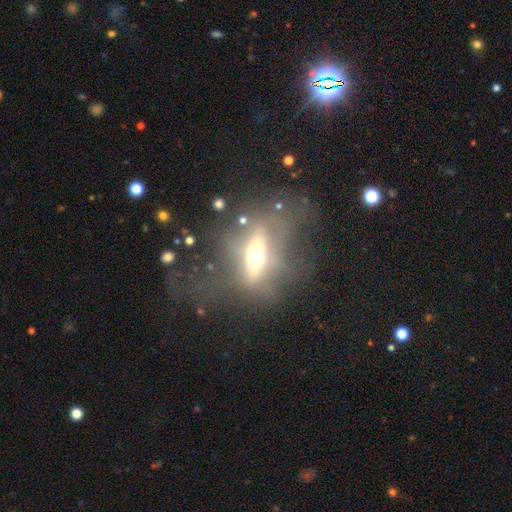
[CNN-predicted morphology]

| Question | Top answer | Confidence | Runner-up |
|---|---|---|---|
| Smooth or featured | featured or disk | 60% | smooth (29%) |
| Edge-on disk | yes | 59% | no (41%) |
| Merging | none | 48% | major disturbance (30%) |